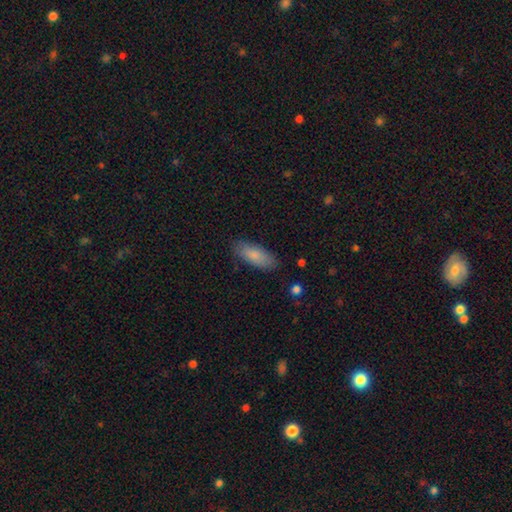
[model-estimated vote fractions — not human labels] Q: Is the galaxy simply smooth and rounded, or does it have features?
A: smooth — 84%.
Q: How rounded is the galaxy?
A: in between — 78%.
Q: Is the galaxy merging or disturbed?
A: none — 84%.